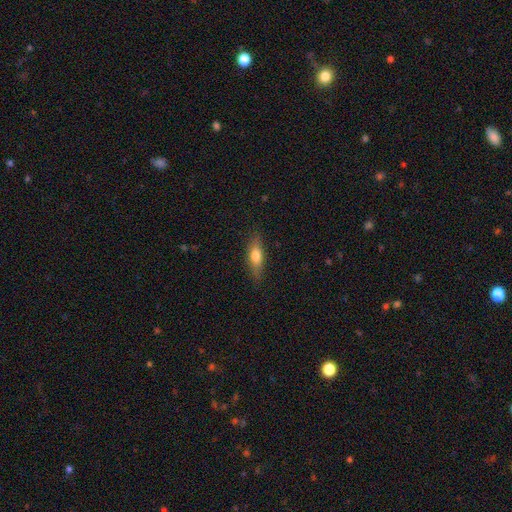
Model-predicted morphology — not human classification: Overall: smooth (65%; featured or disk 28%). How rounded: cigar-shaped (49%; in between 48%). Merging: none (83%).